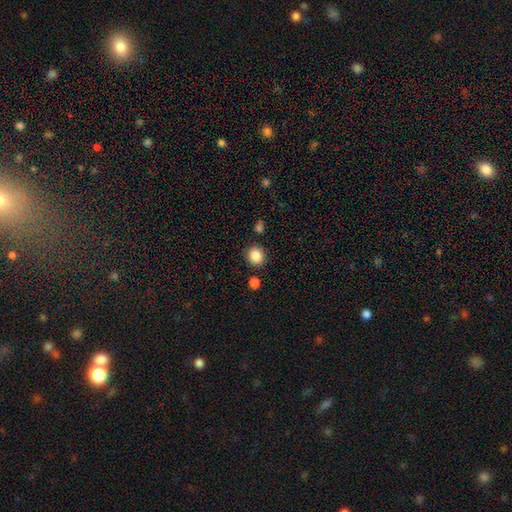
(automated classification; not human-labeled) smooth-or-featured: smooth: 86% | star or artifact: 10% | featured or disk: 4%
  how-rounded: round: 82% | in between: 17% | cigar-shaped: 1%
  merging: none: 86% | minor disturbance: 8% | merger: 4% | major disturbance: 3%